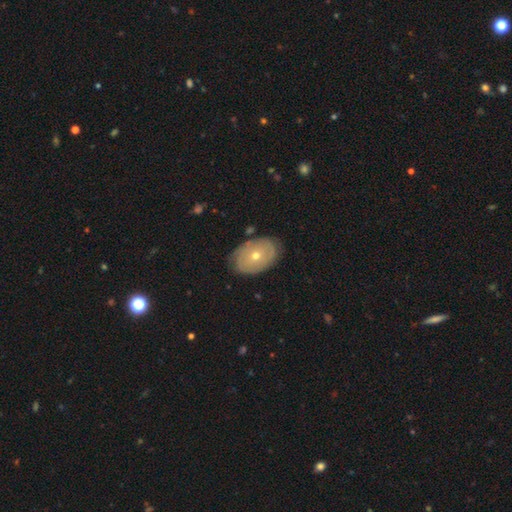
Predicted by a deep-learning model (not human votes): Smooth or featured? featured or disk (53%)
Edge-on disk? no (92%)
Merging? none (81%)